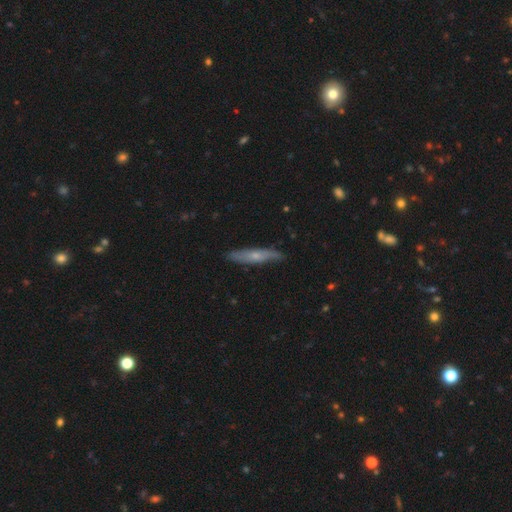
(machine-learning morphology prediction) Smooth or featured? featured or disk (51%)
Edge-on disk? yes (77%)
Merging? none (81%)